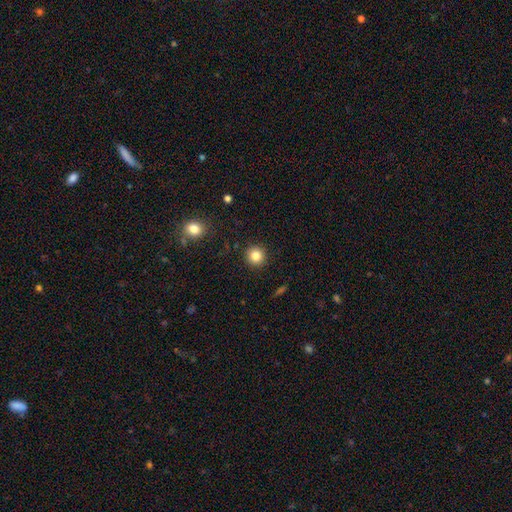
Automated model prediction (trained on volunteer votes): A smooth galaxy with no disk features (83%) that is round (94%).

Vote fractions:
- Smooth or featured? smooth: 83% / star or artifact: 11% / featured or disk: 6%
- How rounded? round: 94% / in between: 5% / cigar-shaped: 1%
- Merging? none: 92% / minor disturbance: 5% / major disturbance: 2% / merger: 1%